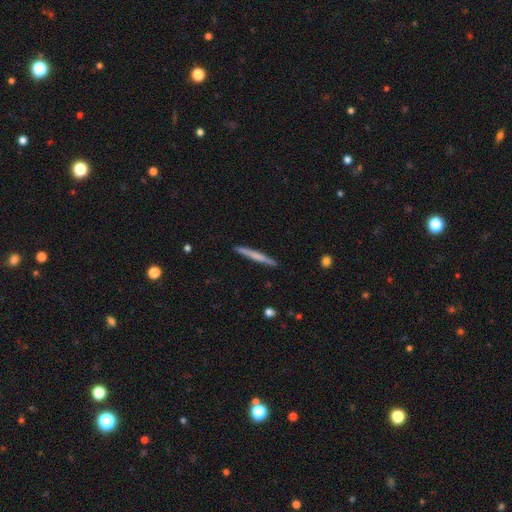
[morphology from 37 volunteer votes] Volunteers were most divided on "smooth or featured": featured or disk: 59%, smooth: 35%, star or artifact: 5%. More confident: edge-on disk — yes (95%); merging — none (94%); edge-on bulge — none (57%).